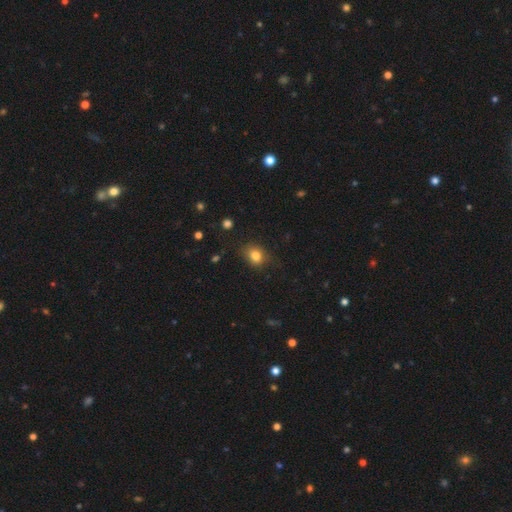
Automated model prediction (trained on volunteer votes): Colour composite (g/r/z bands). It shows a smooth galaxy with no disk features (81%) that is round (53%). Merging: none (78%).